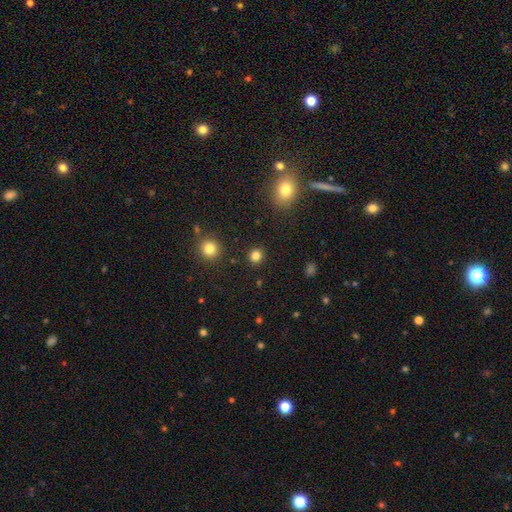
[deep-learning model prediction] Smooth or featured? smooth (82%)
How rounded? round (90%)
Merging? none (91%)